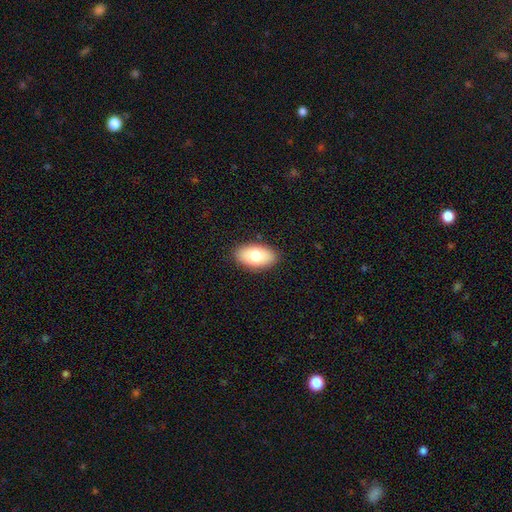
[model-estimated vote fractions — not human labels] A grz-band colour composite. It shows a smooth galaxy with no disk features (78%) that is in between round and cigar-shaped (94%). Merging: none (88%).